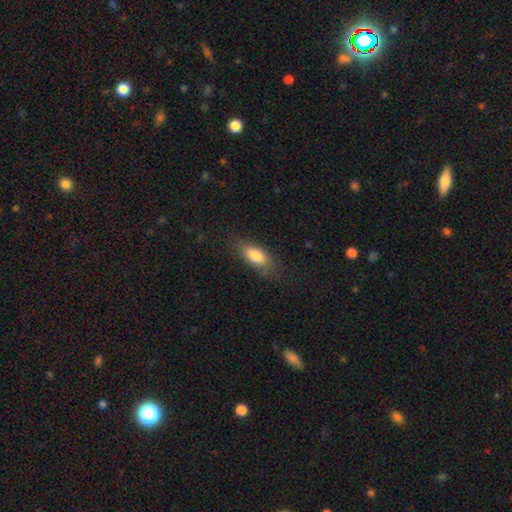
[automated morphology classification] Smooth or featured?
  - smooth: 80% *
  - featured or disk: 13%
  - star or artifact: 7%
How rounded?
  - in between: 82% *
  - cigar-shaped: 15%
  - round: 4%
Merging?
  - none: 76% *
  - minor disturbance: 17%
  - major disturbance: 5%
  - merger: 1%